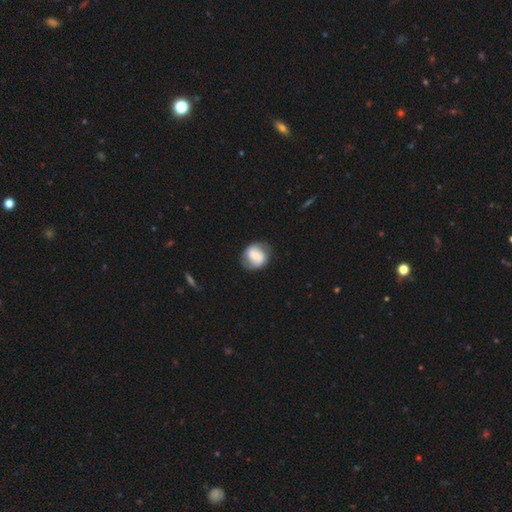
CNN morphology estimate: This is possibly a featured or disk galaxy (49%). Merging: likely none (69%).